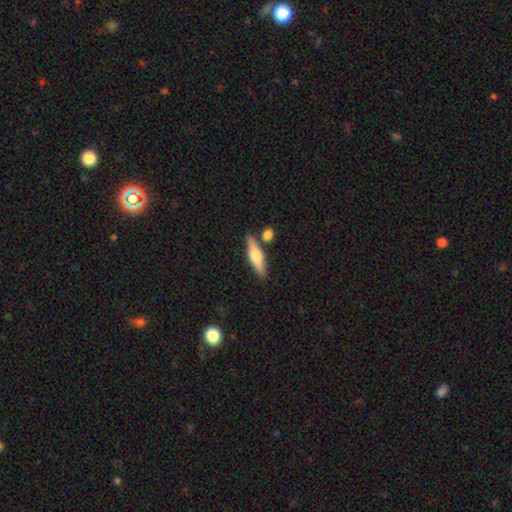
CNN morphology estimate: Smooth or featured? featured or disk (48%)
Merging? none (78%)